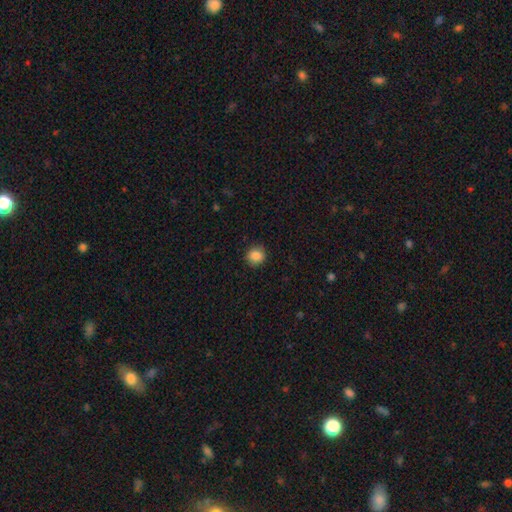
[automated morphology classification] This is clearly a smooth galaxy (86%). How rounded: clearly round (87%). Merging: clearly none (89%).